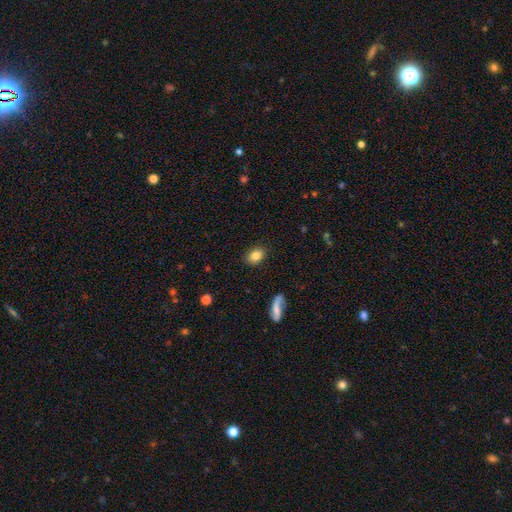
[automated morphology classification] This is clearly a smooth galaxy (83%). How rounded: likely in between (74%). Merging: clearly none (88%).